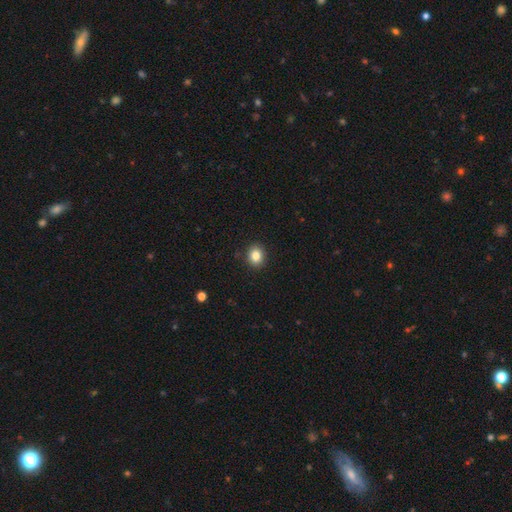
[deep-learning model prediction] Smooth or featured? Predicted: smooth (p=0.84). How rounded? Predicted: round (p=0.68). Merging? Predicted: none (p=0.91).